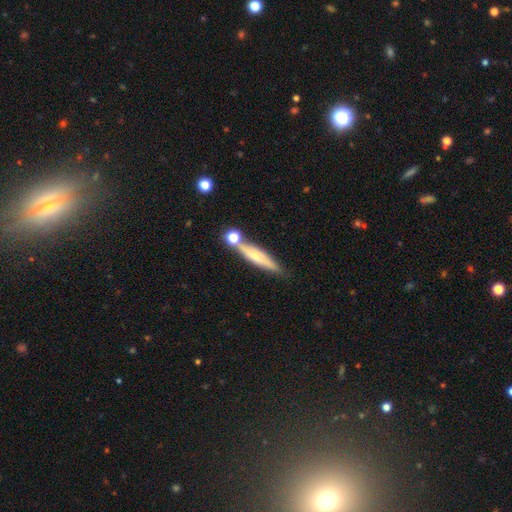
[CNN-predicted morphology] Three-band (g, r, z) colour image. It shows a smooth galaxy with no disk features (48%). Merging: none (65%).